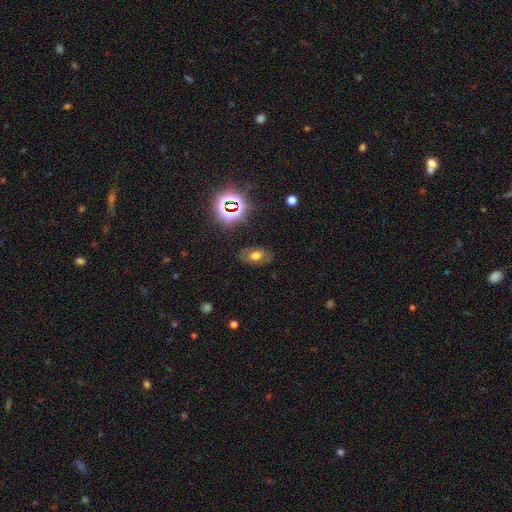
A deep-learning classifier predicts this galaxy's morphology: Smooth or featured?
  - smooth: 52% *
  - featured or disk: 26%
  - star or artifact: 22%
How rounded?
  - in between: 84% *
  - round: 15%
  - cigar-shaped: 2%
Merging?
  - none: 81% *
  - minor disturbance: 13%
  - major disturbance: 5%
  - merger: 1%